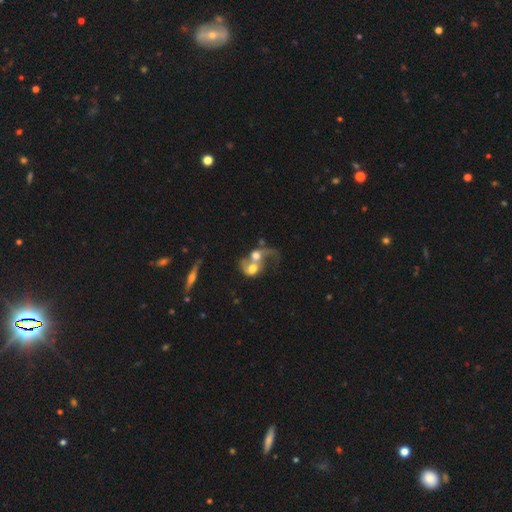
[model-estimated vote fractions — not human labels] featured or disk 54%, smooth 37%, star or artifact 9%. Down the decision tree: edge-on disk — no (95%); bar — no (80%); spiral arms — yes (56%); bulge size — moderate (47%); merging — merger (79%).